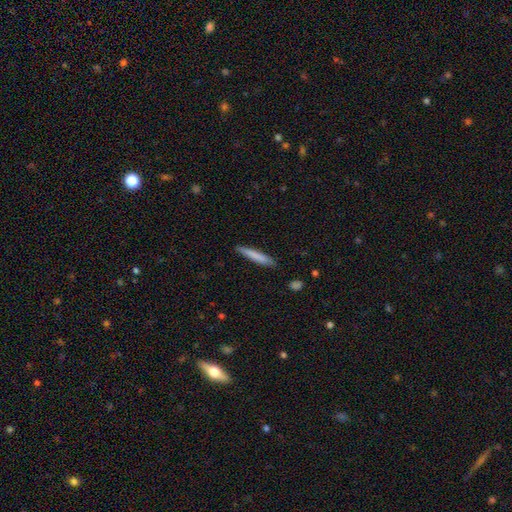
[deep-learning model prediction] Morphology: type=smooth (77%); roundness=cigar-shaped (94%); merging=none (87%).